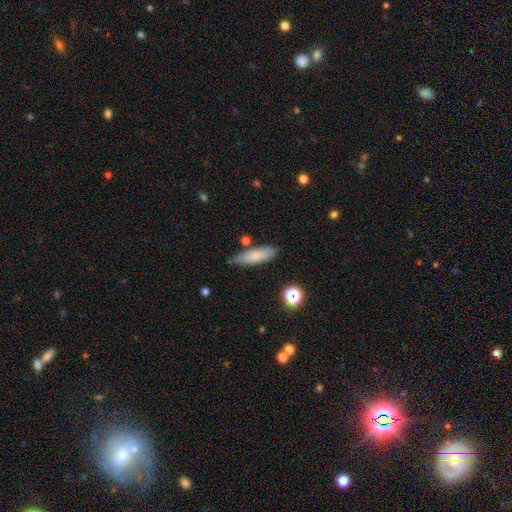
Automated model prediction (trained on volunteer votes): Smooth or featured?
  - smooth: 78% *
  - featured or disk: 14%
  - star or artifact: 7%
How rounded?
  - in between: 51% *
  - cigar-shaped: 47%
  - round: 2%
Merging?
  - none: 76% *
  - minor disturbance: 16%
  - merger: 5%
  - major disturbance: 3%